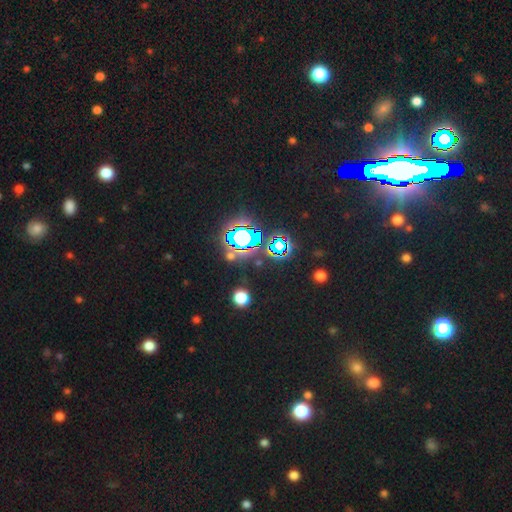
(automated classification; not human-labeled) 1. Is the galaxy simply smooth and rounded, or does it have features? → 82% star or artifact, 10% smooth, 7% featured or disk.